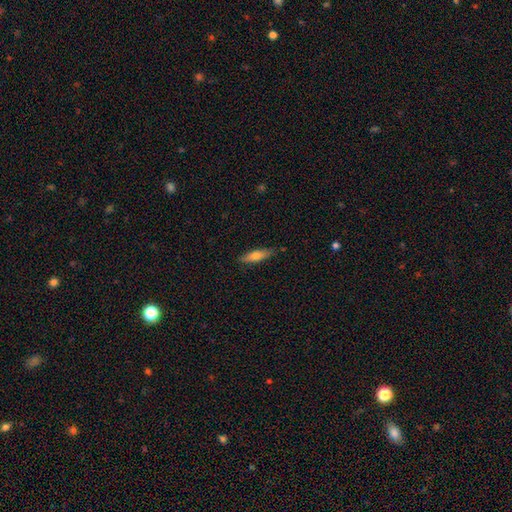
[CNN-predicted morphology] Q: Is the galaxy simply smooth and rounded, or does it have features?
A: smooth — 67%.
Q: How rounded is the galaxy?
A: cigar-shaped — 61%.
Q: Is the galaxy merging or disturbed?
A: none — 85%.